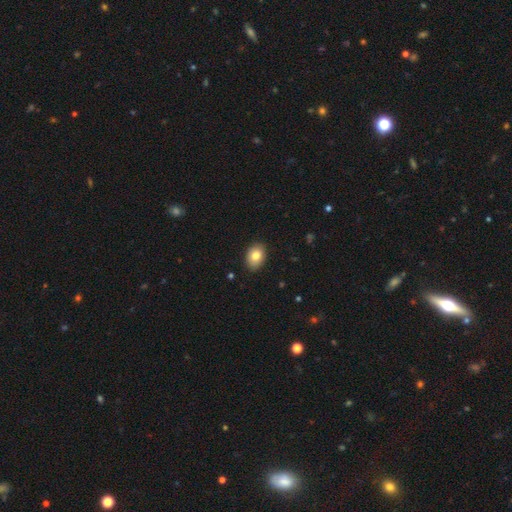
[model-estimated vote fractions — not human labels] A smooth galaxy with no disk features (81%) that is in between round and cigar-shaped (79%). Merging: none (87%).